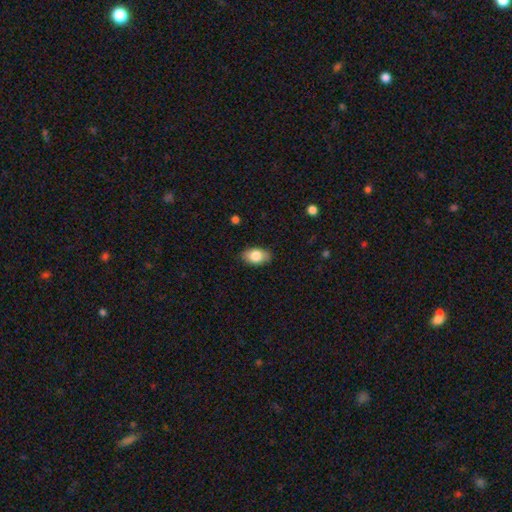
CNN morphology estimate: A smooth galaxy with no disk features (81%) that is in between round and cigar-shaped (91%).

Vote fractions:
- Smooth or featured? smooth: 81% / featured or disk: 12% / star or artifact: 7%
- How rounded? in between: 91% / round: 8% / cigar-shaped: 2%
- Merging? none: 85% / minor disturbance: 12% / major disturbance: 2% / merger: 1%